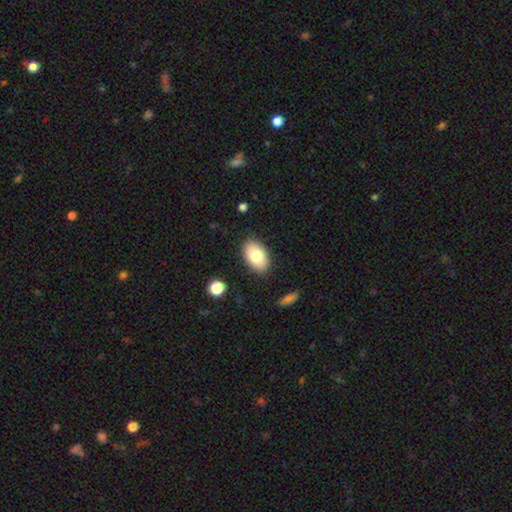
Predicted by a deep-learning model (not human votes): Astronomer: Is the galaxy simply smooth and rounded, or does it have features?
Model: smooth — 79%.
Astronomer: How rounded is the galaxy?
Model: in between — 91%.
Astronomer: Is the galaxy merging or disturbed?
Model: none — 86%.